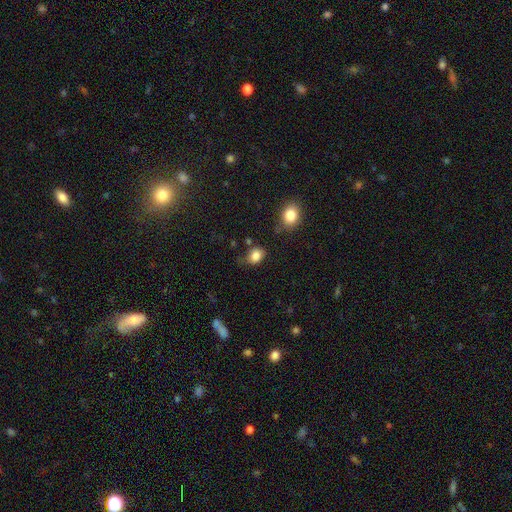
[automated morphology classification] Smooth or featured?
  - smooth: 84% *
  - star or artifact: 10%
  - featured or disk: 6%
How rounded?
  - in between: 58% *
  - round: 40%
  - cigar-shaped: 1%
Merging?
  - none: 62% *
  - minor disturbance: 26%
  - major disturbance: 8%
  - merger: 4%